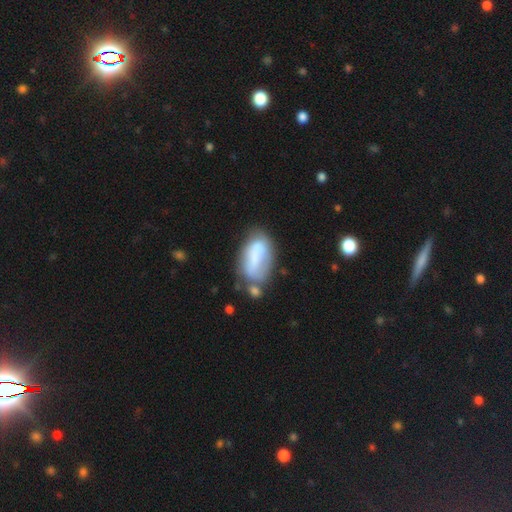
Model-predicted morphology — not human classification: A smooth galaxy with no disk features (62%) that is in between round and cigar-shaped (91%).

Vote fractions:
- Smooth or featured? smooth: 62% / featured or disk: 30% / star or artifact: 8%
- How rounded? in between: 91% / round: 5% / cigar-shaped: 4%
- Merging? none: 41% / minor disturbance: 26% / merger: 20% / major disturbance: 14%